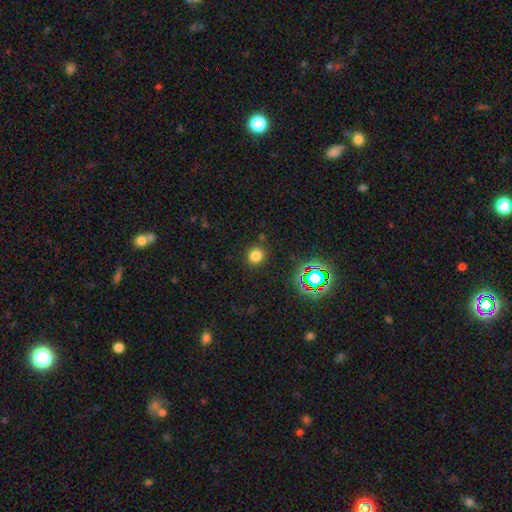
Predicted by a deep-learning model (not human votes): Q: Smooth or featured?
A: smooth (77%); runner-up: star or artifact (18%)
Q: How rounded?
A: round (86%); runner-up: in between (13%)
Q: Merging?
A: none (87%); runner-up: minor disturbance (7%)